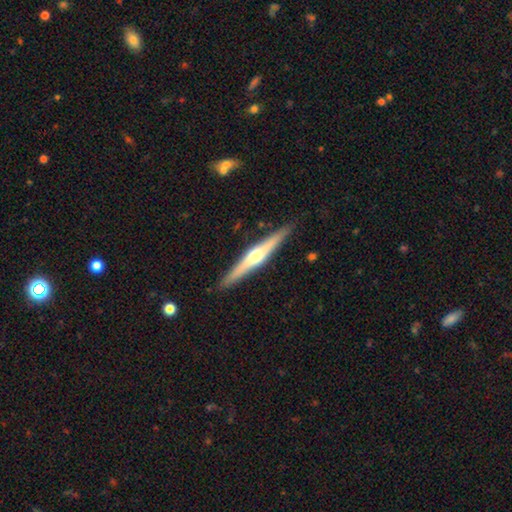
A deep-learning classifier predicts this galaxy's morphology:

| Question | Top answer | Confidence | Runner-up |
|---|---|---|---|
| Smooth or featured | featured or disk | 70% | smooth (25%) |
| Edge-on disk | yes | 98% | no (2%) |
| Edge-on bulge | rounded | 89% | none (6%) |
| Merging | none | 90% | minor disturbance (7%) |